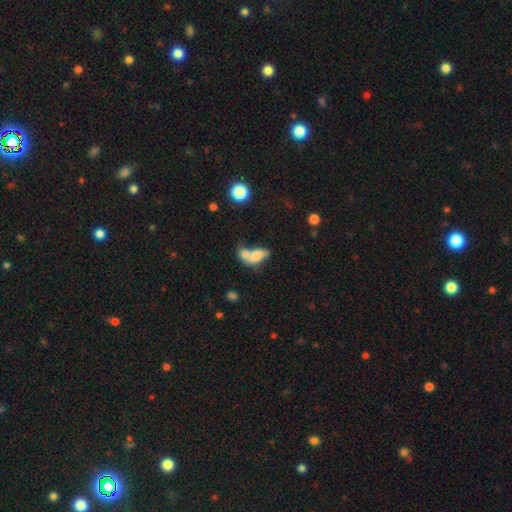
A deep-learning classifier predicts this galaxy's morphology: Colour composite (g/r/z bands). It shows a smooth galaxy with no disk features (66%) that is in between round and cigar-shaped (82%). Merging: merger (69%).